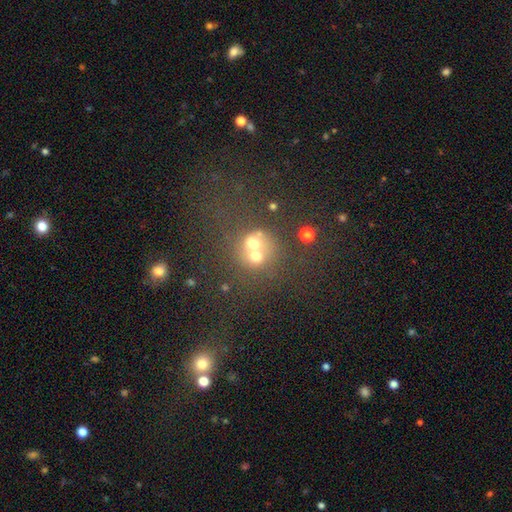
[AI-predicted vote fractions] This appears to be a smooth galaxy with no disk features (61%) that is round (80%). Merging: merger (57%).